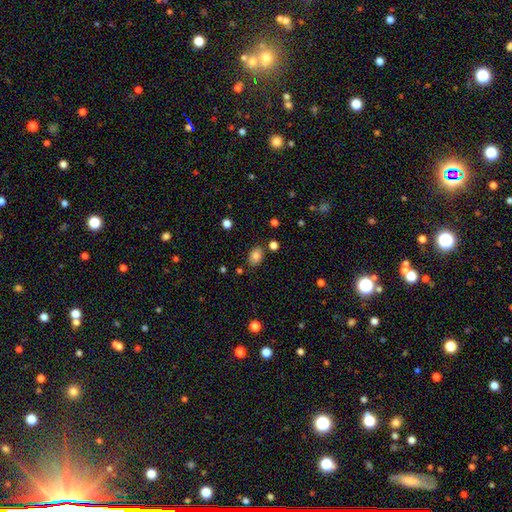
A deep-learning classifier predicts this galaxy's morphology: Smooth or featured? Predicted: smooth (p=0.82). How rounded? Predicted: in between (p=0.74). Merging? Predicted: none (p=0.82).